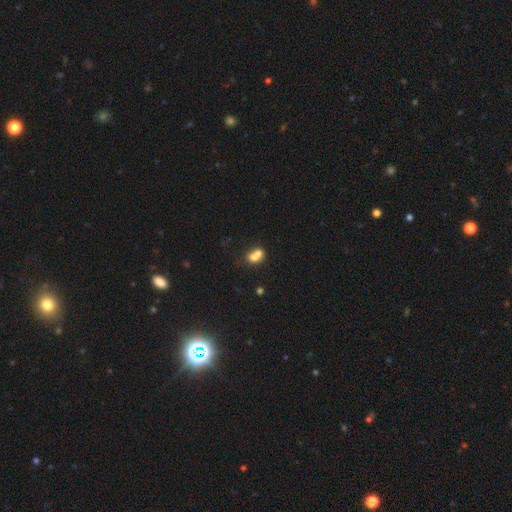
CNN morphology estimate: smooth-or-featured: smooth: 71% | featured or disk: 18% | star or artifact: 12%
  how-rounded: in between: 58% | round: 40% | cigar-shaped: 2%
  merging: merger: 63% | none: 24% | minor disturbance: 8% | major disturbance: 5%